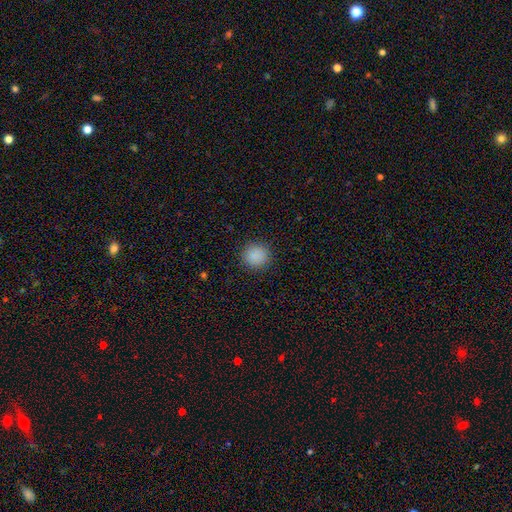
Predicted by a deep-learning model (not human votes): A smooth galaxy with no disk features (88%) that is round (92%). Merging: none (91%).